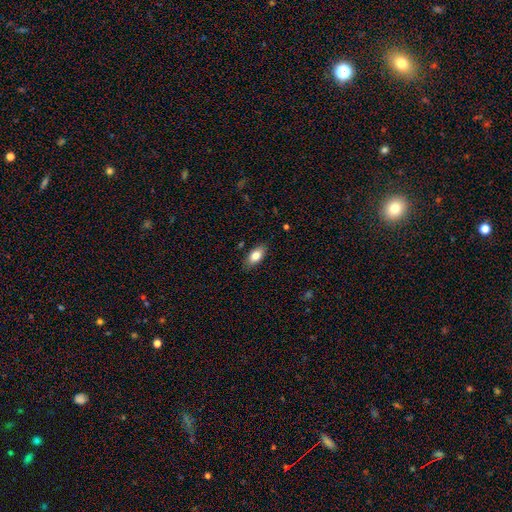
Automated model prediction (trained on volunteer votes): The model was most divided on "smooth or featured": smooth: 81%, featured or disk: 12%, star or artifact: 7%. More confident: how rounded — in between (88%); merging — none (85%).